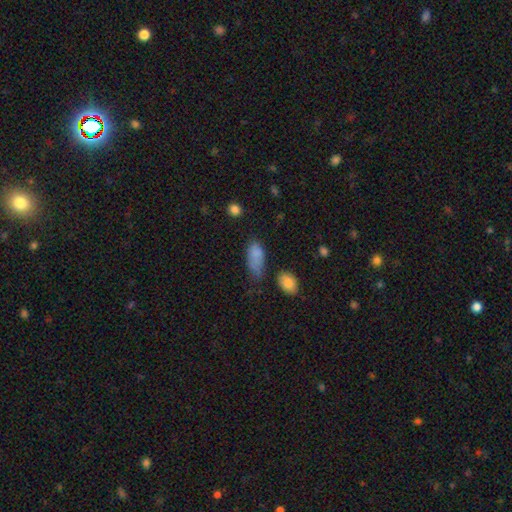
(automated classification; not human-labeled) Smooth or featured: smooth — 81% (star or artifact — 10%)
How rounded: in between — 87% (cigar-shaped — 8%)
Merging: minor disturbance — 36% (tied with none — 36%)